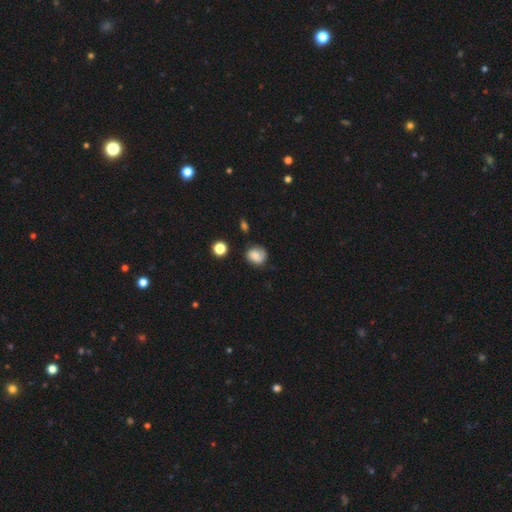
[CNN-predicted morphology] Smooth or featured?
  - smooth: 63% *
  - featured or disk: 26%
  - star or artifact: 10%
How rounded?
  - round: 66% *
  - in between: 32%
  - cigar-shaped: 1%
Merging?
  - none: 66% *
  - minor disturbance: 23%
  - major disturbance: 7%
  - merger: 4%